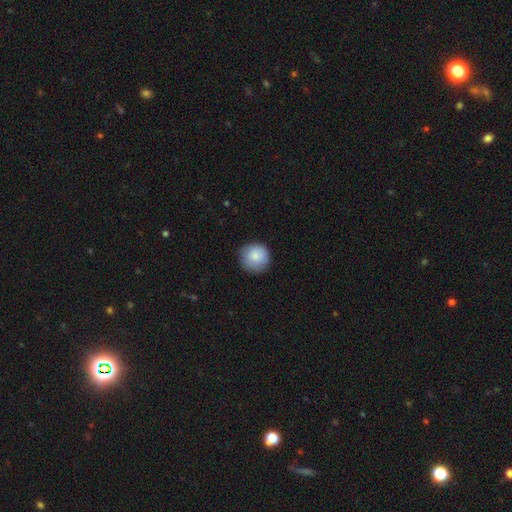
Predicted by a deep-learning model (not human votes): Smooth or featured: smooth — 85% (featured or disk — 8%)
How rounded: round — 94% (in between — 5%)
Merging: none — 84% (minor disturbance — 13%)